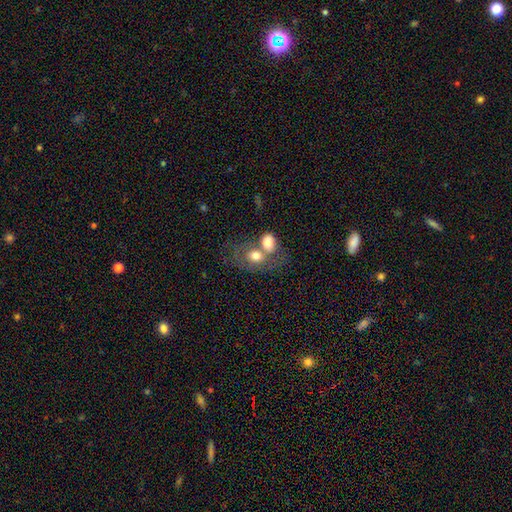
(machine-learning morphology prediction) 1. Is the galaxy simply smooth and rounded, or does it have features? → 69% smooth, 23% featured or disk, 8% star or artifact.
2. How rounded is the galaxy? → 65% in between, 34% round, 1% cigar-shaped.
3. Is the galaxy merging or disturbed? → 63% merger, 20% none, 9% minor disturbance, 8% major disturbance.